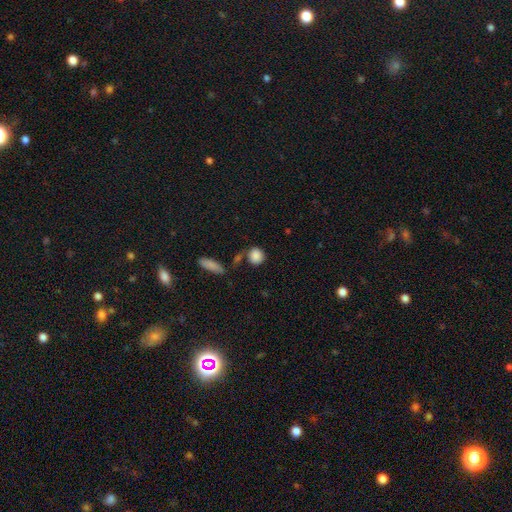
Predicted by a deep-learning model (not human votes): A smooth galaxy with no disk features (87%) that is round (80%). Merging: none (73%).